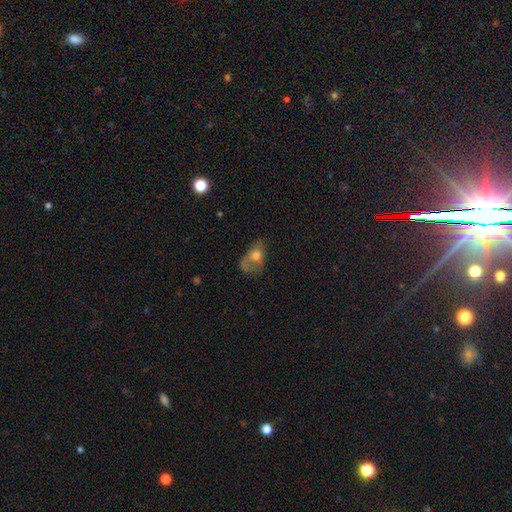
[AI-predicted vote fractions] This is possibly a smooth galaxy (58%). How rounded: likely in between (75%). Merging: marginally major disturbance (41%).